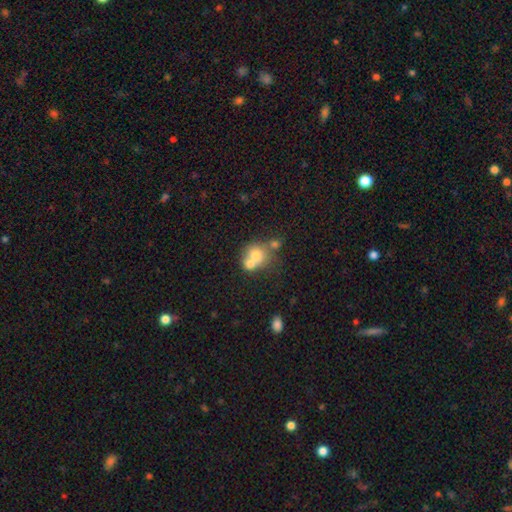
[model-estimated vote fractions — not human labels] Smooth or featured?
  - smooth: 68% *
  - featured or disk: 21%
  - star or artifact: 11%
How rounded?
  - round: 74% *
  - in between: 25%
  - cigar-shaped: 1%
Merging?
  - merger: 60% *
  - none: 28%
  - minor disturbance: 8%
  - major disturbance: 4%